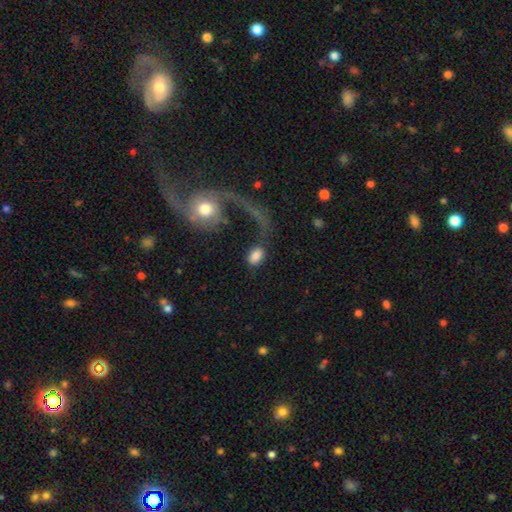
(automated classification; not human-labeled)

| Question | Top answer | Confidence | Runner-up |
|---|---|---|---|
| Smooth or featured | smooth | 80% | featured or disk (12%) |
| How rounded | in between | 86% | round (12%) |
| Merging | none | 51% | major disturbance (17%) |